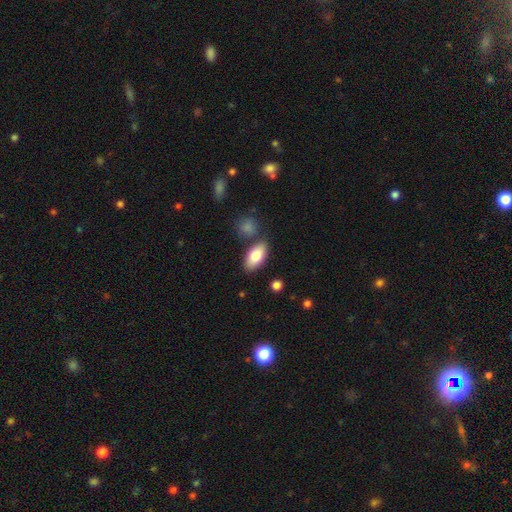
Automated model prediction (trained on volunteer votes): smooth_or_featured: smooth (p=0.80) [alt: featured or disk p=0.13]
how_rounded: in between (p=0.91) [alt: cigar-shaped p=0.05]
merging: none (p=0.79) [alt: minor disturbance p=0.11]